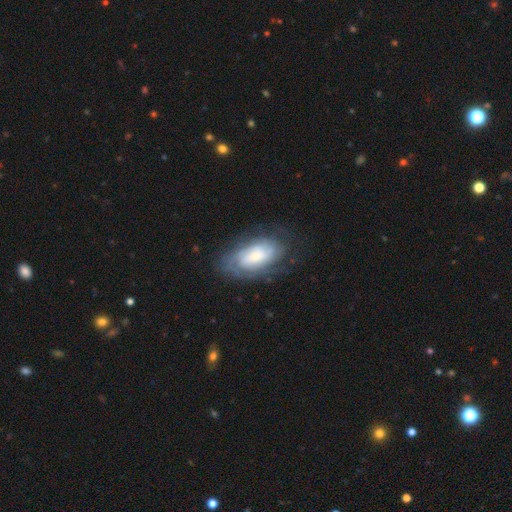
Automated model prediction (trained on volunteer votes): This appears to be a featured or disk galaxy (61%) with no bar (60%), spiral arms (85%) and a moderate central bulge (33%). Merging: none (67%).